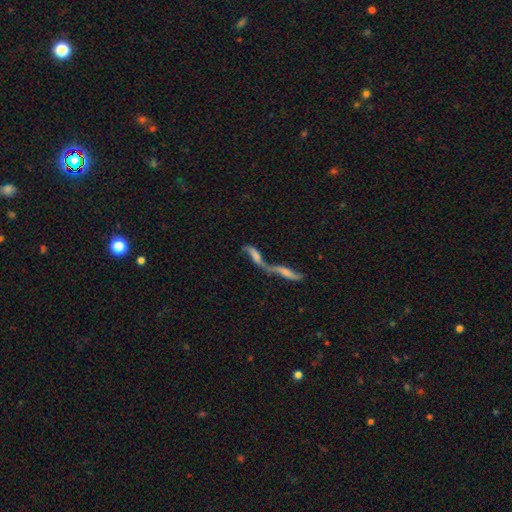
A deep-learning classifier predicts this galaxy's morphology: smooth-or-featured: featured or disk: 53% | smooth: 34% | star or artifact: 13%
  disk-edge-on: no: 61% | yes: 39%
  merging: merger: 78% | none: 12% | major disturbance: 5% | minor disturbance: 5%